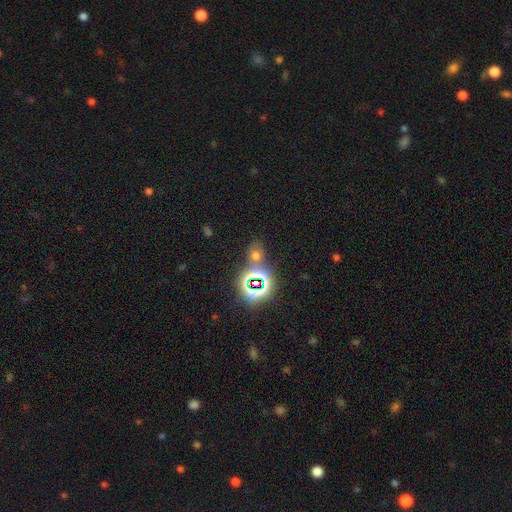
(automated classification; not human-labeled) Smooth or featured? star or artifact (48%)